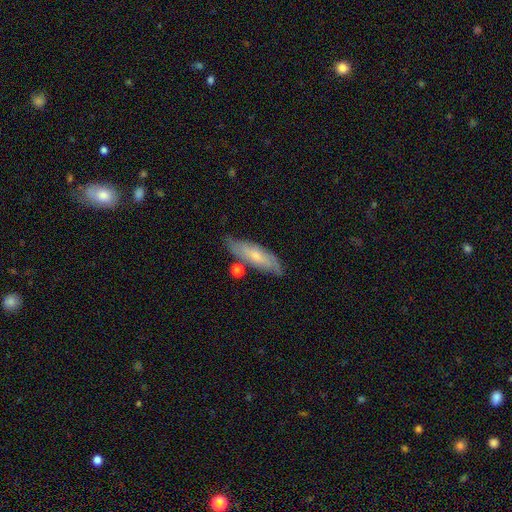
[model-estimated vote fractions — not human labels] Smooth or featured?
  - featured or disk: 47% *
  - smooth: 46%
  - star or artifact: 6%
Merging?
  - none: 69% *
  - minor disturbance: 20%
  - merger: 6%
  - major disturbance: 5%